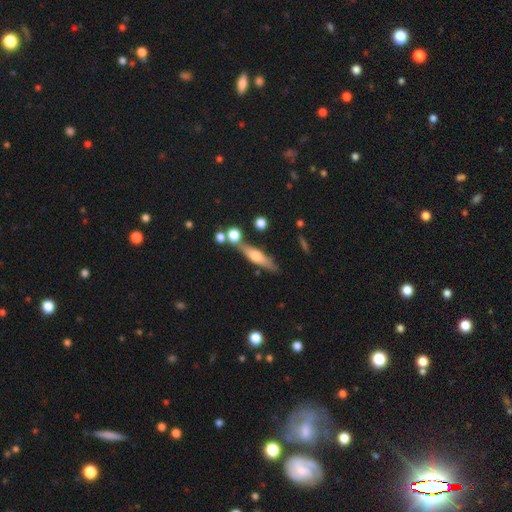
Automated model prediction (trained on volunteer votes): Q: Smooth or featured?
A: featured or disk (49%); runner-up: smooth (44%)
Q: Merging?
A: none (67%); runner-up: merger (15%)